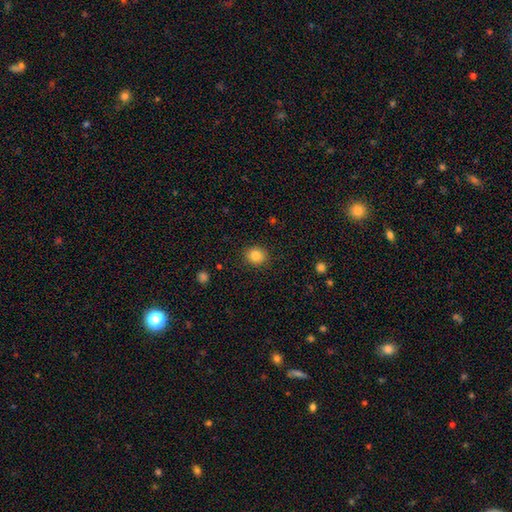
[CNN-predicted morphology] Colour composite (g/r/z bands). It shows a smooth galaxy with no disk features (84%) that is round (82%). Merging: none (89%).